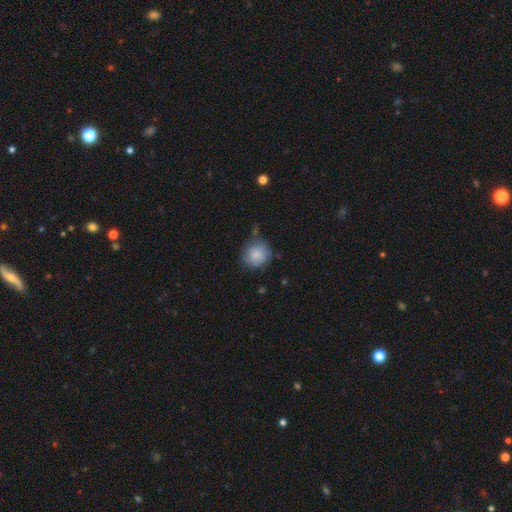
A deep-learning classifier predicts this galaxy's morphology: This is clearly a smooth galaxy (84%). How rounded: clearly round (89%). Merging: likely none (71%).